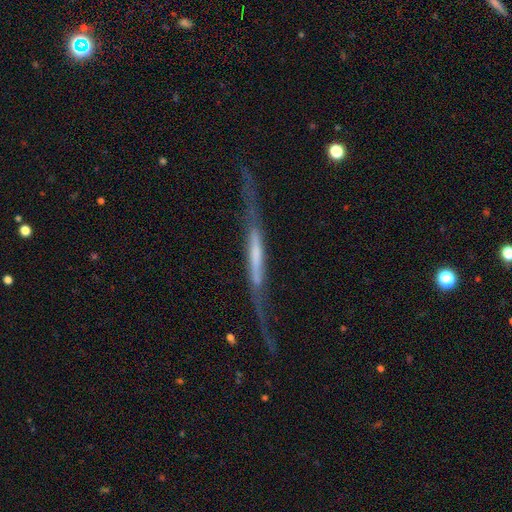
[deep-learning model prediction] smooth_or_featured: featured or disk (p=0.73) [alt: smooth p=0.21]
disk_edge_on: yes (p=0.81) [alt: no p=0.19]
edge_on_bulge: none (p=0.54) [alt: boxy p=0.30]
merging: none (p=0.50) [alt: minor disturbance p=0.24]